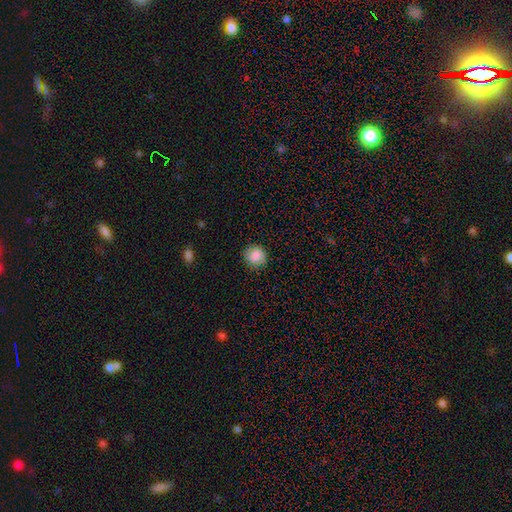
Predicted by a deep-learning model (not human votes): Overall: smooth (84%). How rounded: round (88%). Merging: none (86%).